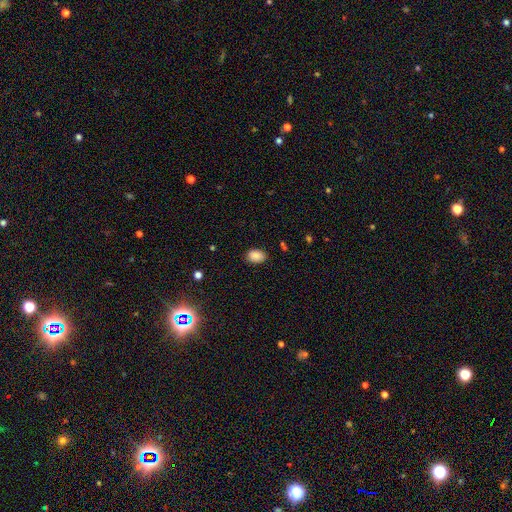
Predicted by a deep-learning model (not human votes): smooth-or-featured: smooth: 87% | star or artifact: 9% | featured or disk: 4%
  how-rounded: in between: 83% | round: 16% | cigar-shaped: 1%
  merging: none: 87% | minor disturbance: 10% | major disturbance: 2% | merger: 1%